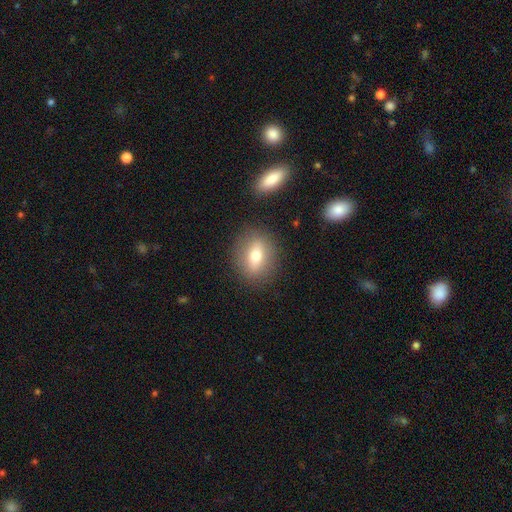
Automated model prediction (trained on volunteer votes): smooth_or_featured: smooth (p=0.65) [alt: featured or disk p=0.27]
how_rounded: in between (p=0.63) [alt: round p=0.28]
merging: none (p=0.85) [alt: minor disturbance p=0.09]